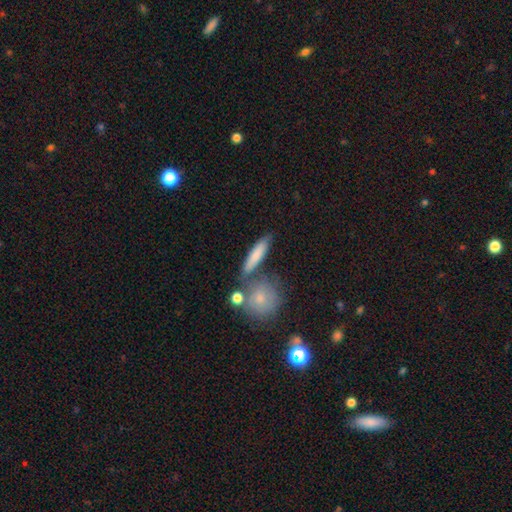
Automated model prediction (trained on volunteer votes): Smooth or featured?
  - smooth: 75% *
  - featured or disk: 18%
  - star or artifact: 7%
How rounded?
  - cigar-shaped: 68% *
  - in between: 24%
  - round: 8%
Merging?
  - none: 64% *
  - merger: 16%
  - minor disturbance: 14%
  - major disturbance: 5%